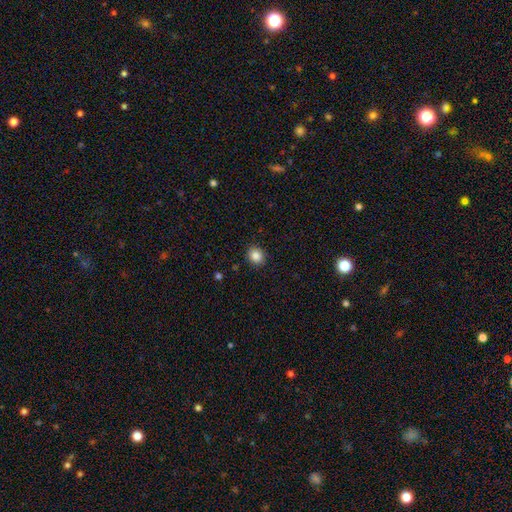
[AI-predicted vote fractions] This appears to be a smooth galaxy with no disk features (86%) that is round (74%). Merging: none (90%).